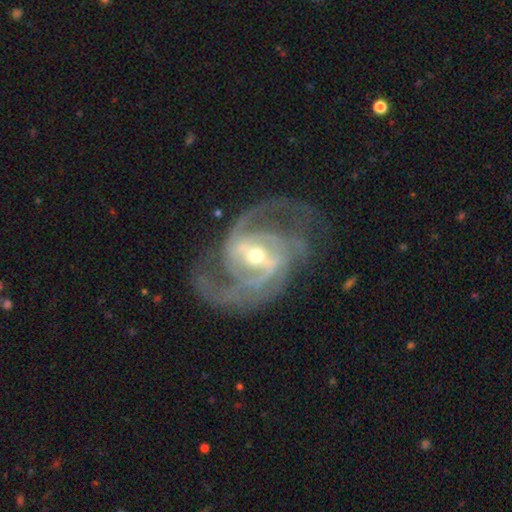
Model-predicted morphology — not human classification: This is clearly a featured or disk galaxy (92%). It is clearly not viewed edge-on (97%). Bar: possibly strong (50%). Spiral arm pattern: clearly yes (97%). Spiral arm count: likely 2 (67%). Spiral winding: possibly medium (56%). Central bulge: possibly moderate (49%). Merging: likely none (65%).